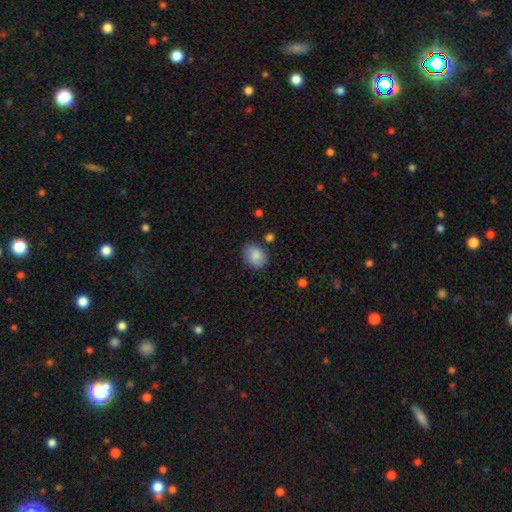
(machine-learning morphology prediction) The model was most divided on "how rounded": round: 50%, in between: 49%, cigar-shaped: 1%. More confident: smooth or featured — smooth (87%); merging — none (78%).